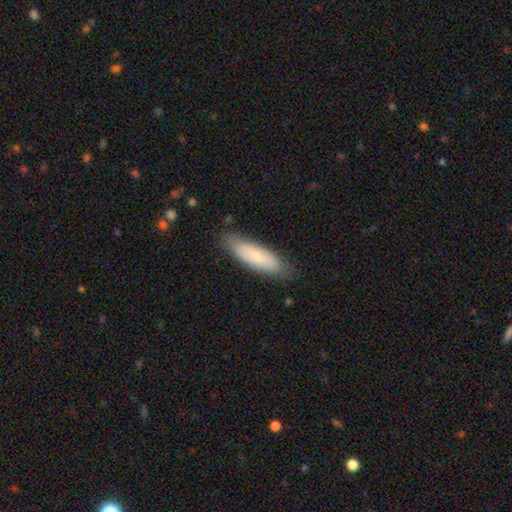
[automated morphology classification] smooth_or_featured: smooth (p=0.73) [alt: featured or disk p=0.21]
how_rounded: cigar-shaped (p=0.52) [alt: in between p=0.46]
merging: none (p=0.82) [alt: minor disturbance p=0.14]